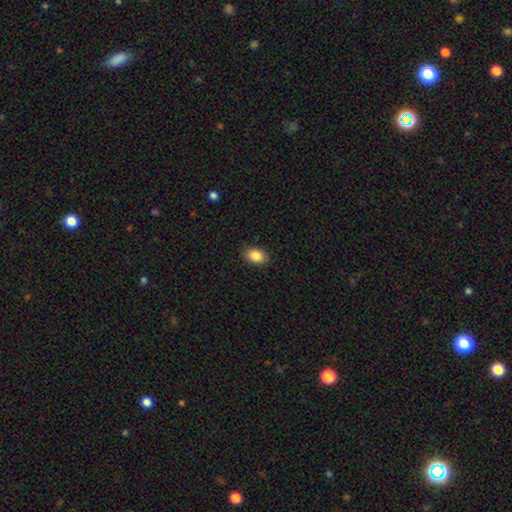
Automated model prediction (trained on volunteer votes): Smooth or featured: smooth — 88% (star or artifact — 8%)
How rounded: in between — 82% (round — 17%)
Merging: none — 88% (minor disturbance — 9%)